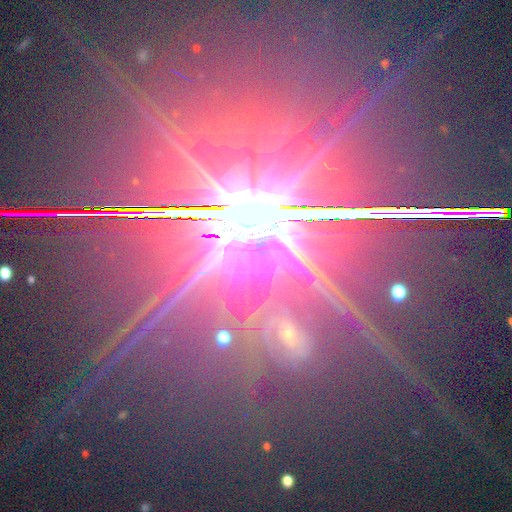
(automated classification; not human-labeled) smooth_or_featured: star or artifact (p=0.71) [alt: featured or disk p=0.21]